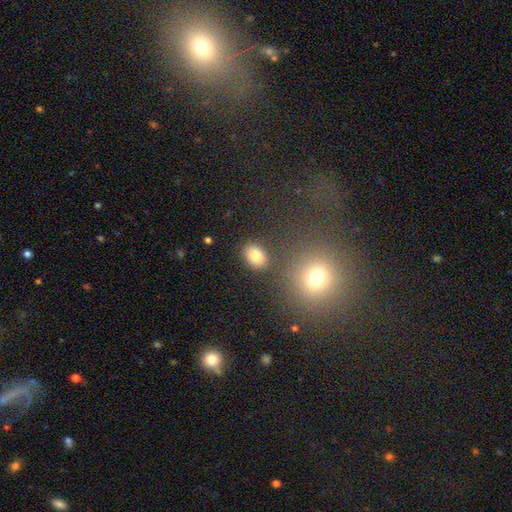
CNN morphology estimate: smooth-or-featured: smooth: 82% | star or artifact: 10% | featured or disk: 8%
  how-rounded: in between: 71% | round: 28% | cigar-shaped: 1%
  merging: none: 81% | minor disturbance: 10% | merger: 5% | major disturbance: 4%